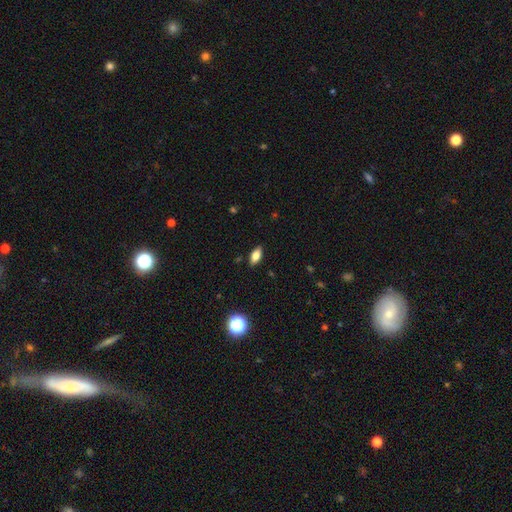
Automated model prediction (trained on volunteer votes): smooth 76%, featured or disk 14%, star or artifact 10%. Down the decision tree: how rounded — in between (86%); merging — none (88%).